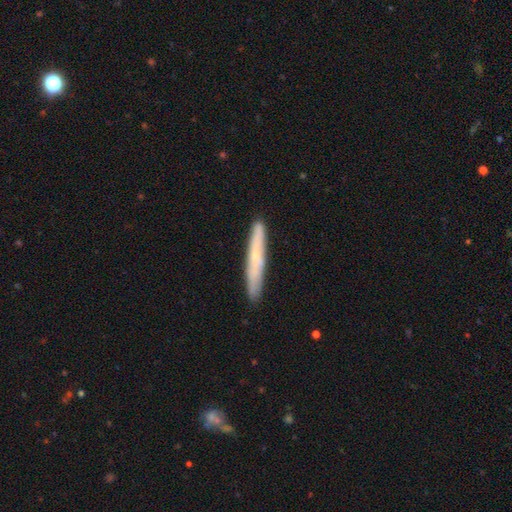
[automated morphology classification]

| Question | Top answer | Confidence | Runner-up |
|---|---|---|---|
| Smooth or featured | smooth | 49% | featured or disk (45%) |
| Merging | none | 88% | minor disturbance (9%) |